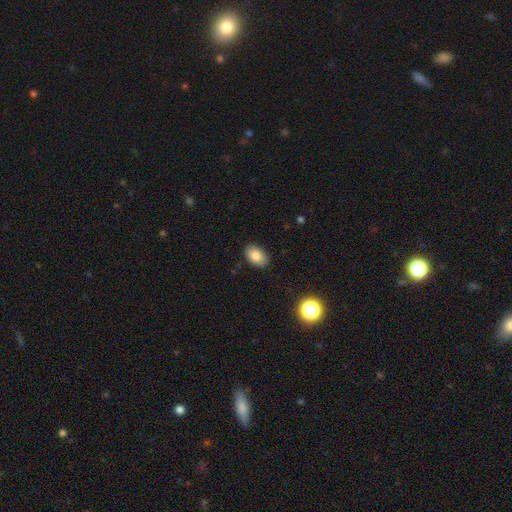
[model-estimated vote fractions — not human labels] smooth_or_featured: smooth (p=0.85) [alt: star or artifact p=0.09]
how_rounded: in between (p=0.87) [alt: round p=0.12]
merging: none (p=0.87) [alt: minor disturbance p=0.09]